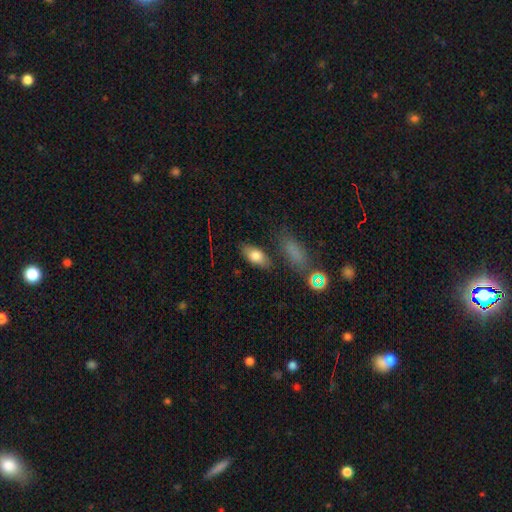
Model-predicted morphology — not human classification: Smooth or featured? Predicted: smooth (p=0.77). How rounded? Predicted: in between (p=0.86). Merging? Predicted: none (p=0.76).